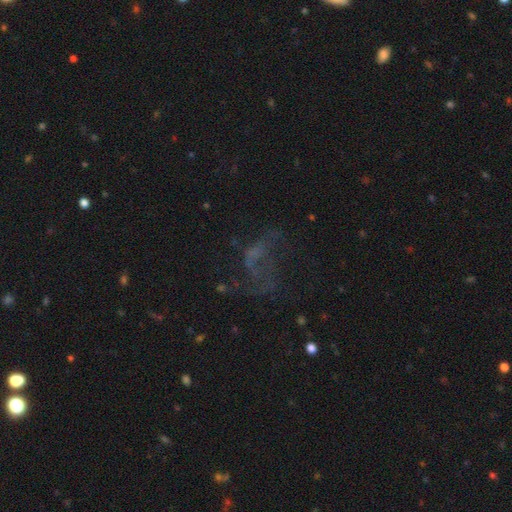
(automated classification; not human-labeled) This appears to be a featured or disk galaxy (43%). Merging: major disturbance (43%).